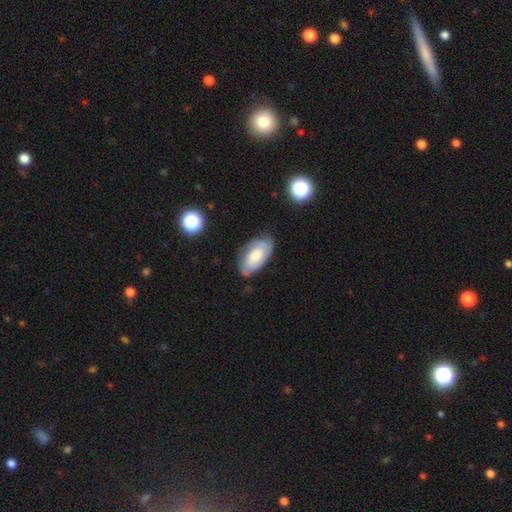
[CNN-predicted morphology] Smooth or featured? featured or disk (52%)
Edge-on disk? no (92%)
Merging? none (71%)